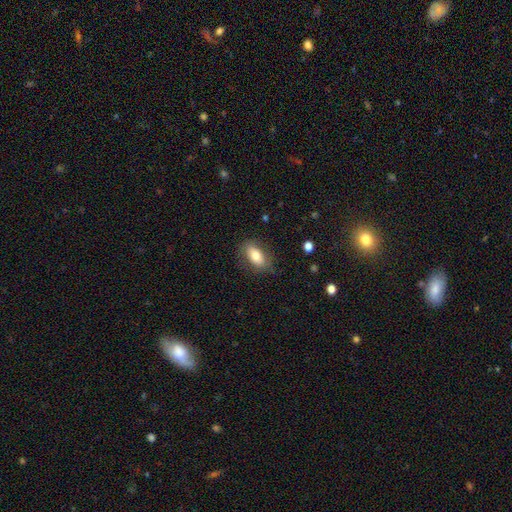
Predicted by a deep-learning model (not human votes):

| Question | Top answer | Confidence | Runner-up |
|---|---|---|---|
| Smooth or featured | smooth | 77% | featured or disk (16%) |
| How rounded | in between | 88% | cigar-shaped (6%) |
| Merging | none | 80% | minor disturbance (15%) |